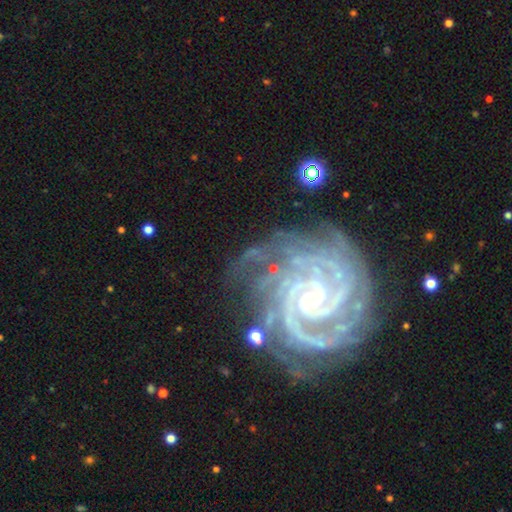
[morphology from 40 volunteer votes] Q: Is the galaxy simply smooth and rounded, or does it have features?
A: featured or disk — 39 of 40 (98%).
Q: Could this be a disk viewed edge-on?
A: no — 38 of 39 (97%).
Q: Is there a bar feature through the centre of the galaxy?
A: no — 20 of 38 (53%).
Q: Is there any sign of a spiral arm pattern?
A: yes — 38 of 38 (100%).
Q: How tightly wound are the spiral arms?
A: tight — 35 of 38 (92%).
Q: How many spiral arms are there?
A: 2 — 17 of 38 (45%).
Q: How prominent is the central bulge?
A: small — 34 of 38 (89%).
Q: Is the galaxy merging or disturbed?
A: none — 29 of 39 (74%).